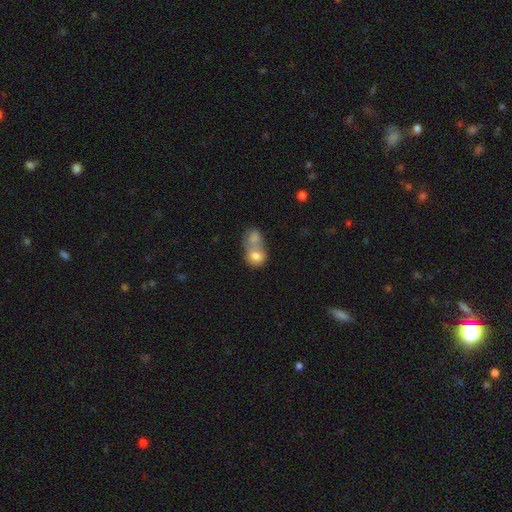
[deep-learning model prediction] This appears to be a smooth galaxy with no disk features (78%) that is round (61%). Merging: merger (70%).